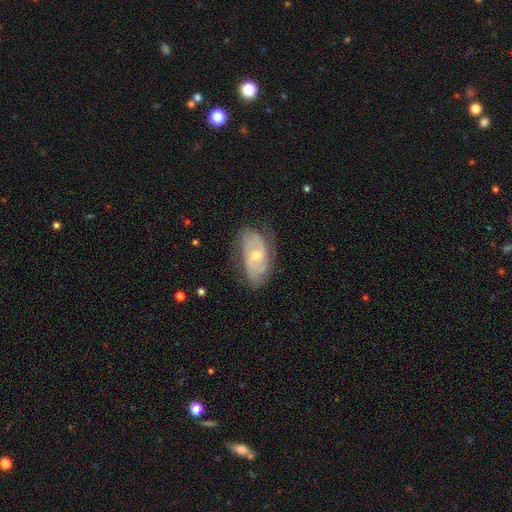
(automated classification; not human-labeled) Smooth or featured?
  - featured or disk: 69% *
  - smooth: 24%
  - star or artifact: 7%
Edge-on disk?
  - no: 93% *
  - yes: 7%
Bar?
  - no: 59% *
  - weak: 35%
  - strong: 7%
Spiral arms?
  - yes: 85% *
  - no: 15%
Spiral winding?
  - medium: 43% *
  - tight: 34%
  - loose: 24%
Spiral arm count?
  - 2: 63% *
  - can't tell: 24%
  - 3: 5%
  - 1: 4%
  - 4: 2%
  - more than 4: 2%
Bulge size?
  - moderate: 51% *
  - small: 45%
  - large: 2%
  - none: 1%
  - dominant: 1%
Merging?
  - none: 67% *
  - minor disturbance: 24%
  - major disturbance: 8%
  - merger: 1%